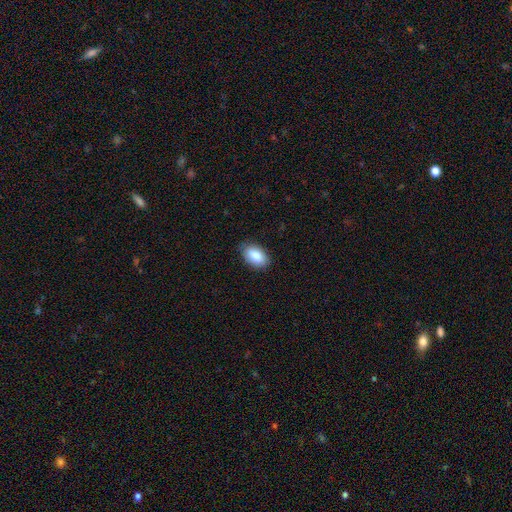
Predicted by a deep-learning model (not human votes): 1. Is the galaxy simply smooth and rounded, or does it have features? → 87% smooth, 7% featured or disk, 6% star or artifact.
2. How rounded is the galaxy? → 93% in between, 5% round, 2% cigar-shaped.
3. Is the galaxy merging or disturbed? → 83% none, 14% minor disturbance, 2% major disturbance, 1% merger.